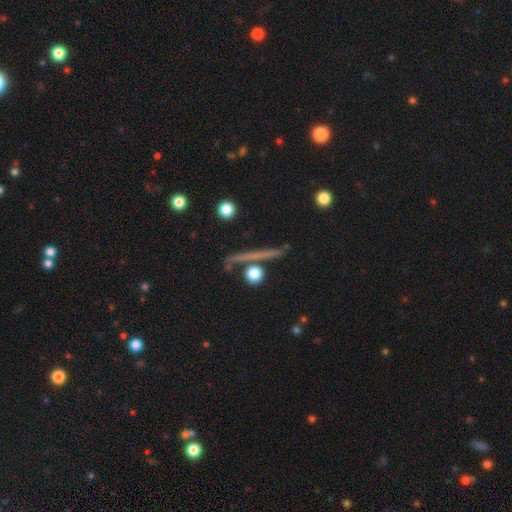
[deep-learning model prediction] A featured or disk galaxy (52%) viewed edge-on (91%). Merging: none (81%).